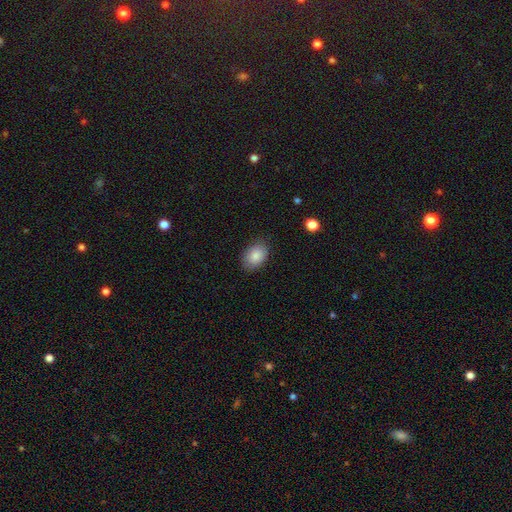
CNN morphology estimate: Smooth or featured? Predicted: smooth (p=0.85). How rounded? Predicted: in between (p=0.80). Merging? Predicted: none (p=0.82).